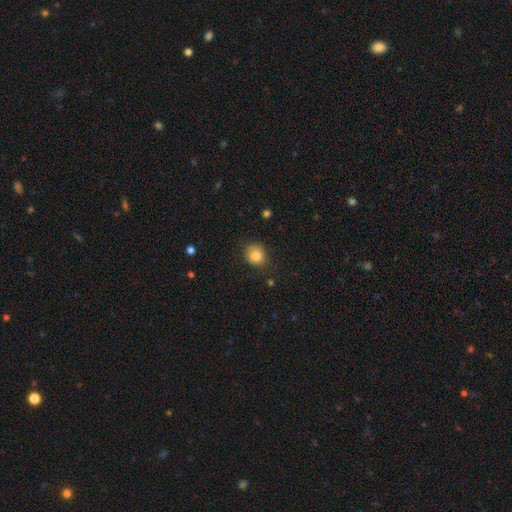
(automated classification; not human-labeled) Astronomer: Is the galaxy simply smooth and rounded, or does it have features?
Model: smooth — 83%.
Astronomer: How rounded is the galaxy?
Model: round — 74%.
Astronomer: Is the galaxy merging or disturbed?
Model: none — 76%.